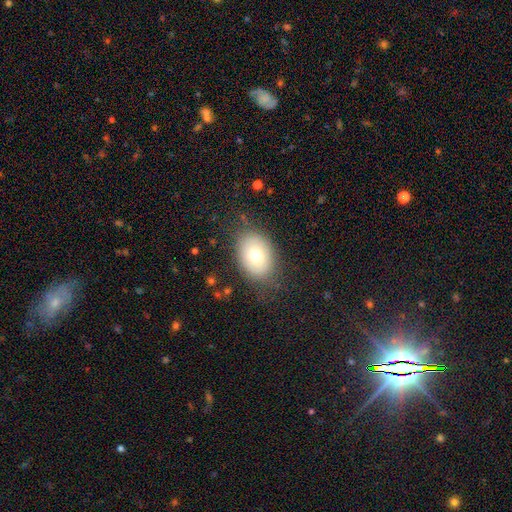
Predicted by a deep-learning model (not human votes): Morphology: type=smooth (73%); roundness=in between (73%); merging=none (77%).